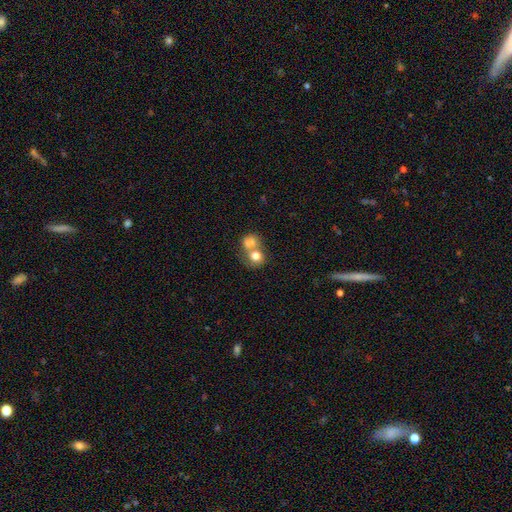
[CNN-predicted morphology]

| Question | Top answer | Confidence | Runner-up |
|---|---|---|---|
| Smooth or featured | smooth | 75% | featured or disk (16%) |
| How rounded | round | 71% | in between (28%) |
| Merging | merger | 67% | none (24%) |